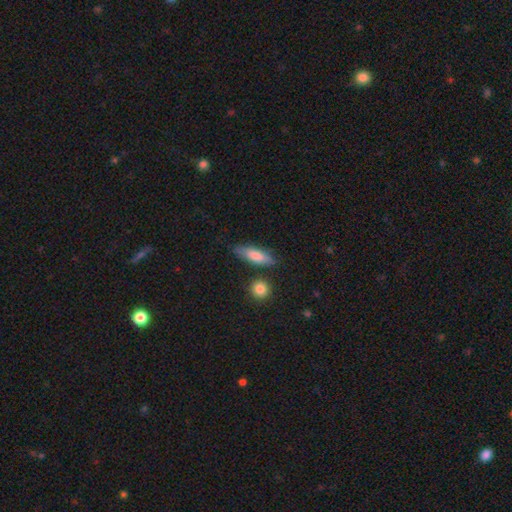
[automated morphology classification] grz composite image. It shows a smooth galaxy with no disk features (75%) that is cigar-shaped (52%). Merging: none (78%).